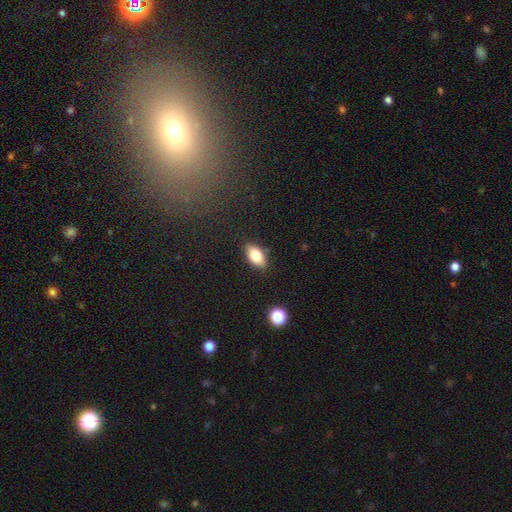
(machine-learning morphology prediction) Smooth or featured? Predicted: smooth (p=0.80). How rounded? Predicted: in between (p=0.90). Merging? Predicted: none (p=0.83).